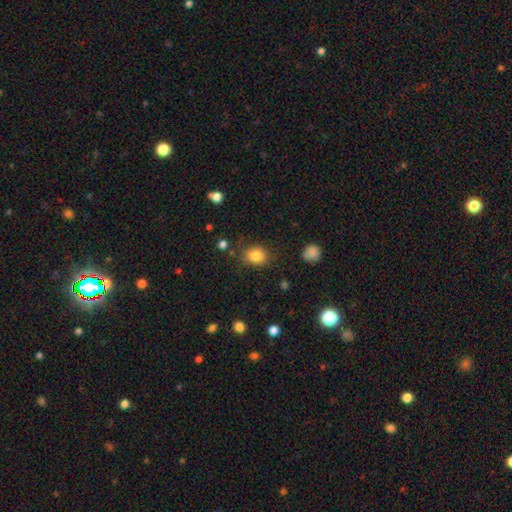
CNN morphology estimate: Q: Smooth or featured?
A: smooth (83%); runner-up: star or artifact (11%)
Q: How rounded?
A: round (58%); runner-up: in between (41%)
Q: Merging?
A: none (79%); runner-up: minor disturbance (14%)